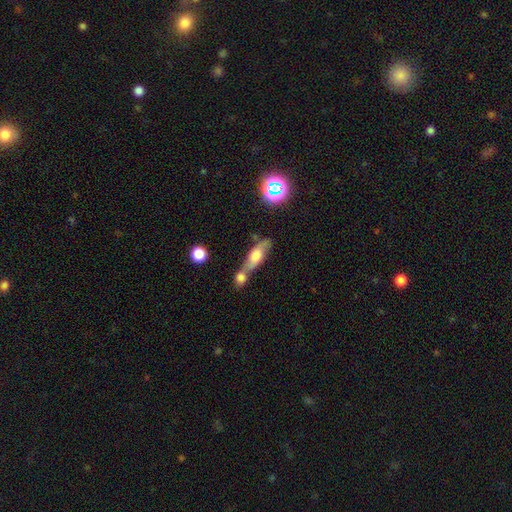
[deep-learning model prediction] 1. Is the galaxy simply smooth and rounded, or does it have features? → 53% smooth, 37% featured or disk, 10% star or artifact.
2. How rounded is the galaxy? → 52% in between, 43% cigar-shaped, 6% round.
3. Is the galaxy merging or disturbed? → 49% merger, 35% none, 11% minor disturbance, 5% major disturbance.